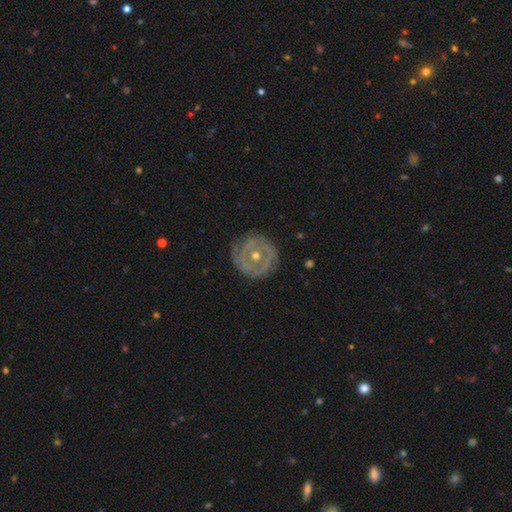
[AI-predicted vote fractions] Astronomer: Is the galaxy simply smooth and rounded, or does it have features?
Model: featured or disk — 75%.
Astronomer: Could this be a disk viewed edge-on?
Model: no — 96%.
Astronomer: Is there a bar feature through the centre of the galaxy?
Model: no — 69%.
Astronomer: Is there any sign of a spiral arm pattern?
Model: yes — 54% (runner-up: no, 46%).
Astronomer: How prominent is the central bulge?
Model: moderate — 62%.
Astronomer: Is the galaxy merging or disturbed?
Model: none — 80%.